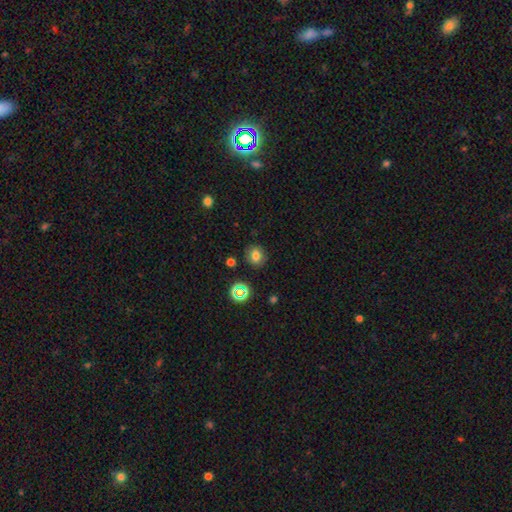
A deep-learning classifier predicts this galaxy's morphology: This appears to be a smooth galaxy with no disk features (73%) that is round (72%). Merging: none (85%).